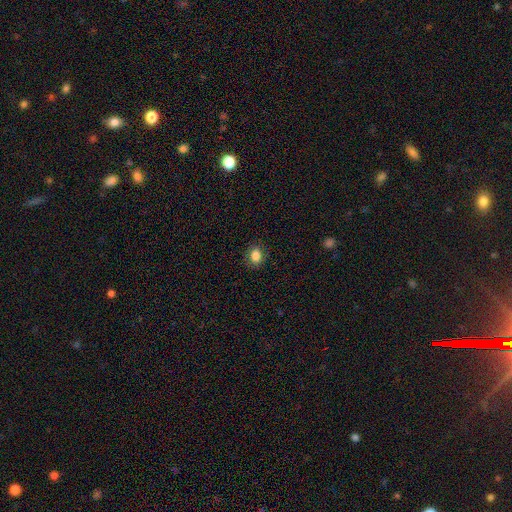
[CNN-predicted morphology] This appears to be a smooth galaxy with no disk features (84%) that is in between round and cigar-shaped (51%). Merging: none (86%).